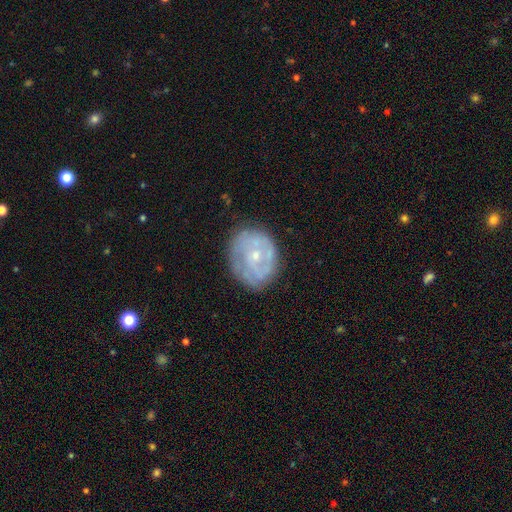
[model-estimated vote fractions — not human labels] Smooth or featured? featured or disk (68%)
Edge-on disk? no (97%)
Bar? no (76%)
Spiral arms? yes (65%)
Bulge size? small (69%)
Merging? none (71%)